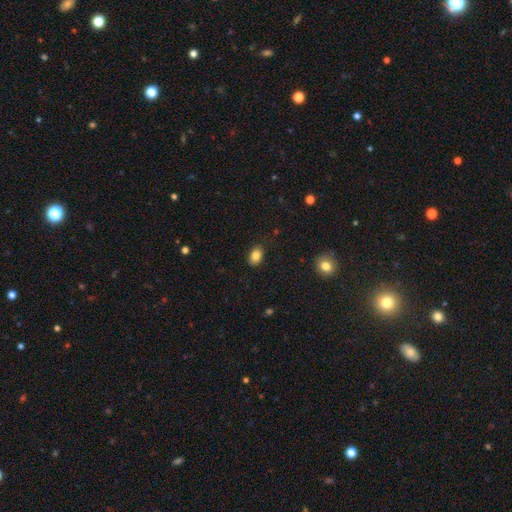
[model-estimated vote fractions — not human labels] Smooth or featured? Predicted: smooth (p=0.84). How rounded? Predicted: in between (p=0.79). Merging? Predicted: none (p=0.84).